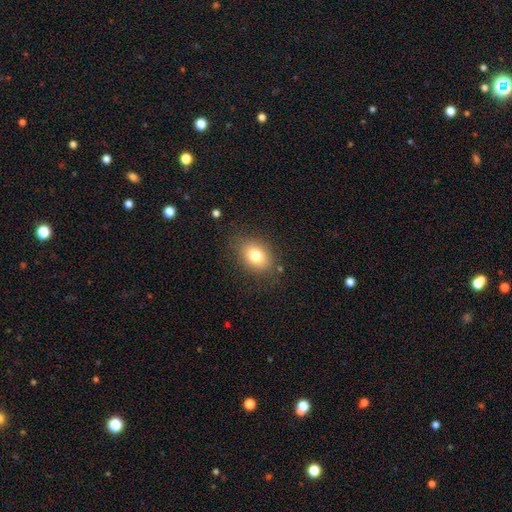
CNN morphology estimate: Smooth or featured? Predicted: smooth (p=0.77). How rounded? Predicted: in between (p=0.66). Merging? Predicted: none (p=0.80).